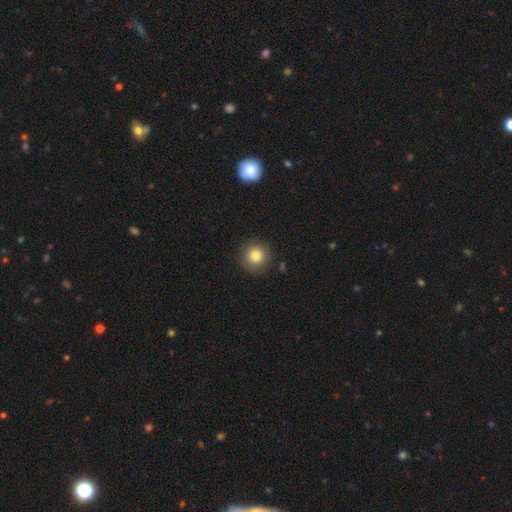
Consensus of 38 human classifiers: Volunteers were most divided on "merging": none: 77%, minor disturbance: 17%, major disturbance: 3%, merger: 3%. More confident: how rounded — round (94%); smooth or featured — smooth (87%).